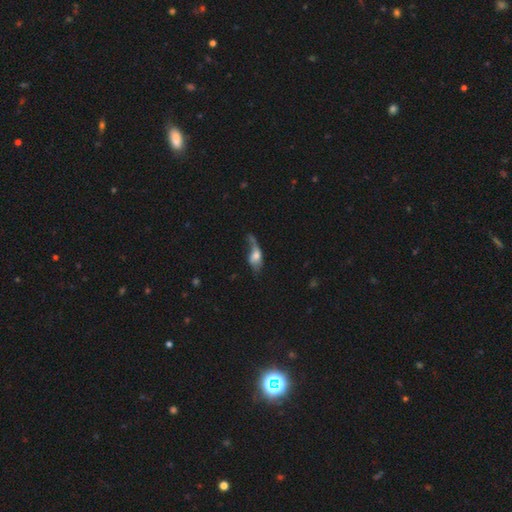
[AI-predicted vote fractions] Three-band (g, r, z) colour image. It shows a smooth galaxy with no disk features (48%). Merging: major disturbance (43%).